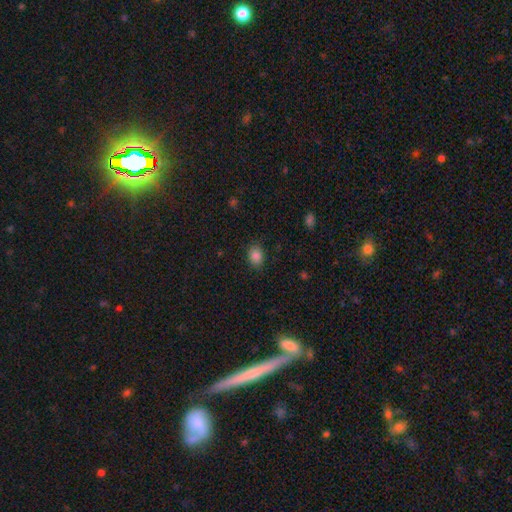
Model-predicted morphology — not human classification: Smooth or featured: smooth — 86% (star or artifact — 10%)
How rounded: in between — 72% (round — 27%)
Merging: none — 83% (minor disturbance — 12%)